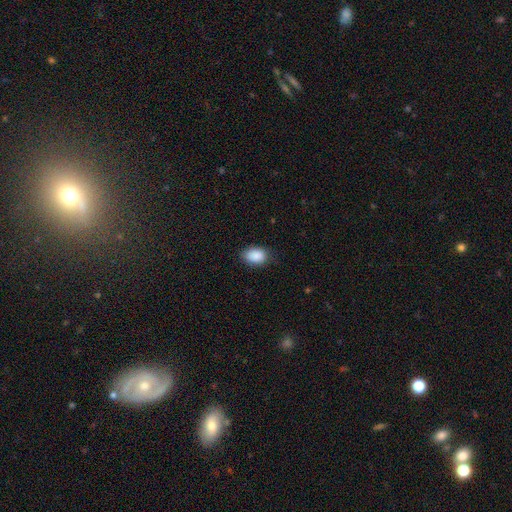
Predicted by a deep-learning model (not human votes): This appears to be a smooth galaxy with no disk features (89%) that is in between round and cigar-shaped (84%). Merging: none (80%).